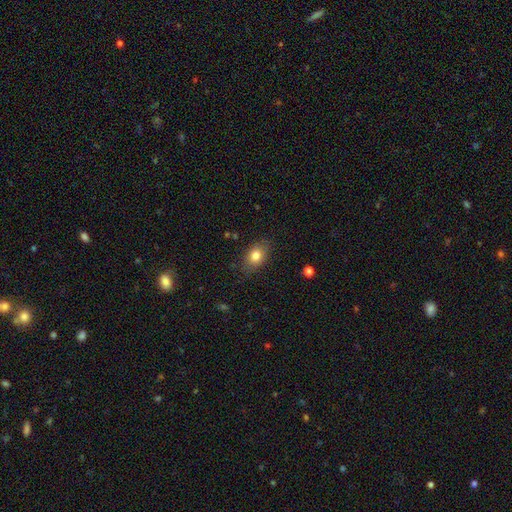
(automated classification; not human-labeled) Smooth or featured? smooth (80%)
How rounded? in between (80%)
Merging? none (81%)